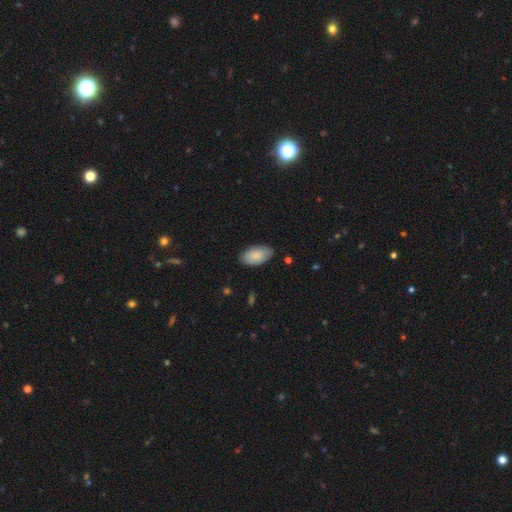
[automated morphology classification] Smooth or featured? Predicted: smooth (p=0.82). How rounded? Predicted: in between (p=0.95). Merging? Predicted: none (p=0.81).